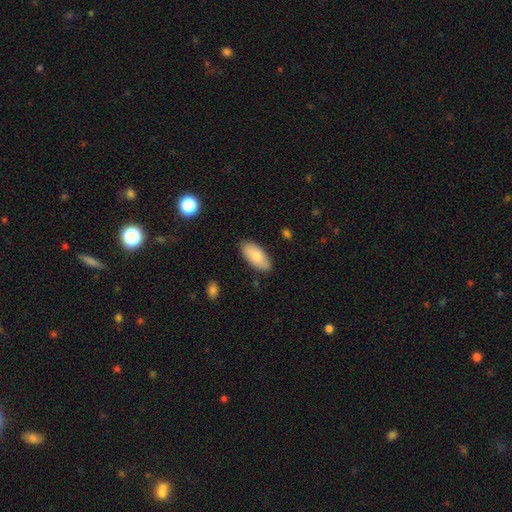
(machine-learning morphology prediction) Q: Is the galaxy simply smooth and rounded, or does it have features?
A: smooth — 84%.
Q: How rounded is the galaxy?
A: in between — 91%.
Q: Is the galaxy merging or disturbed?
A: none — 85%.